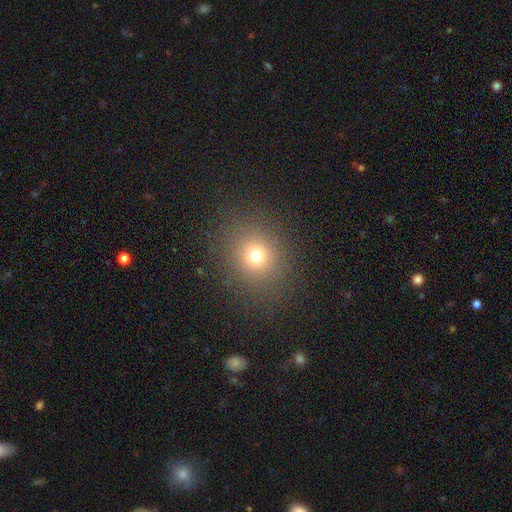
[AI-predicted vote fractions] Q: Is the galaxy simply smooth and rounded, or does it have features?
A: smooth — 71%.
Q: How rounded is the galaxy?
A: round — 80%.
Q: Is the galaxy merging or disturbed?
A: none — 86%.